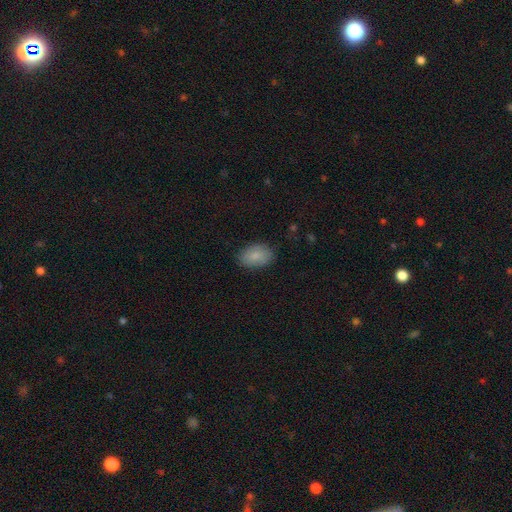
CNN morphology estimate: smooth_or_featured: smooth (p=0.85) [alt: featured or disk p=0.08]
how_rounded: in between (p=0.87) [alt: round p=0.12]
merging: none (p=0.82) [alt: minor disturbance p=0.13]